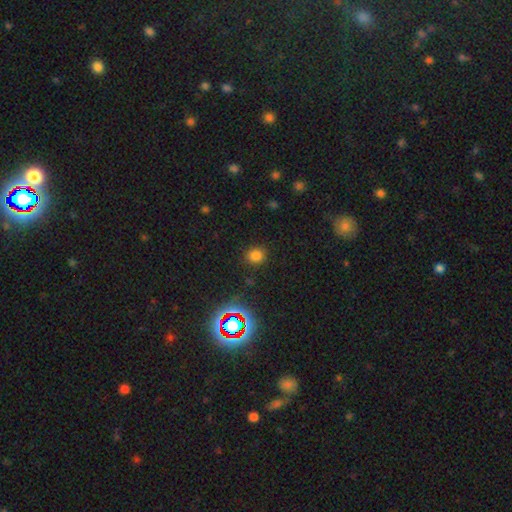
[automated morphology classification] The model was most divided on "smooth or featured": smooth: 75%, star or artifact: 20%, featured or disk: 6%. More confident: merging — none (88%); how rounded — round (82%).